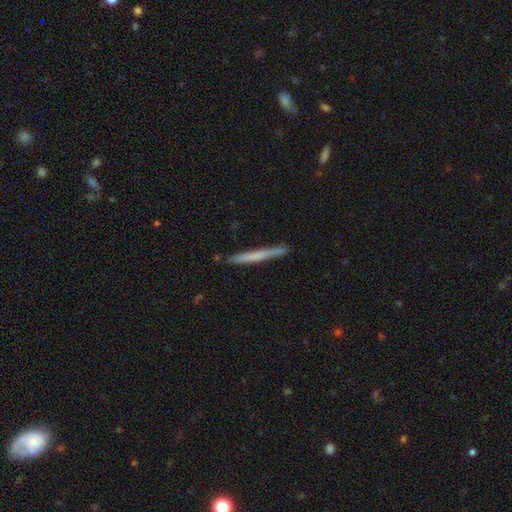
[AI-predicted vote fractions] smooth-or-featured: smooth: 58% | featured or disk: 36% | star or artifact: 6%
  how-rounded: cigar-shaped: 97% | in between: 2% | round: 1%
  merging: none: 89% | minor disturbance: 8% | major disturbance: 1% | merger: 1%